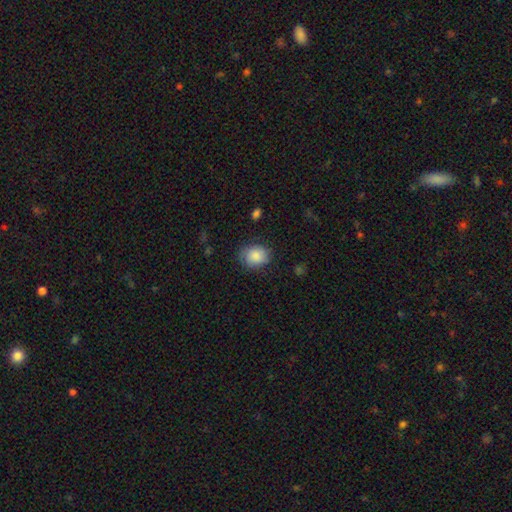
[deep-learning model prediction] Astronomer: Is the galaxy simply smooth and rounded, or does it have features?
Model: smooth — 83%.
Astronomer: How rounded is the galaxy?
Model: round — 60% (runner-up: in between, 39%).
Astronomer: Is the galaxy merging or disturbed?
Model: none — 73%.